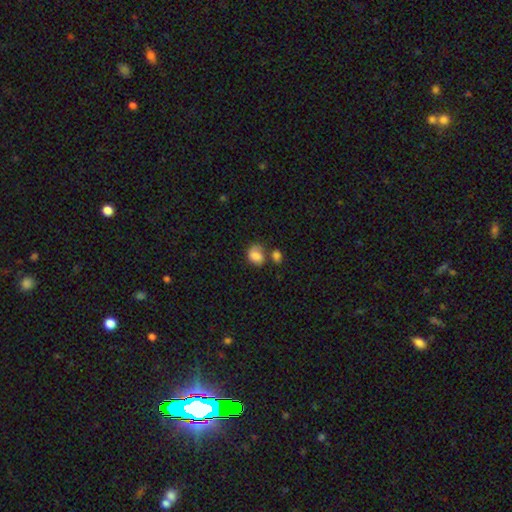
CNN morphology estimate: A smooth galaxy with no disk features (78%) that is in between round and cigar-shaped (56%).

Vote fractions:
- Smooth or featured? smooth: 78% / featured or disk: 13% / star or artifact: 9%
- How rounded? in between: 56% / round: 43% / cigar-shaped: 1%
- Merging? none: 37% / merger: 31% / minor disturbance: 21% / major disturbance: 11%